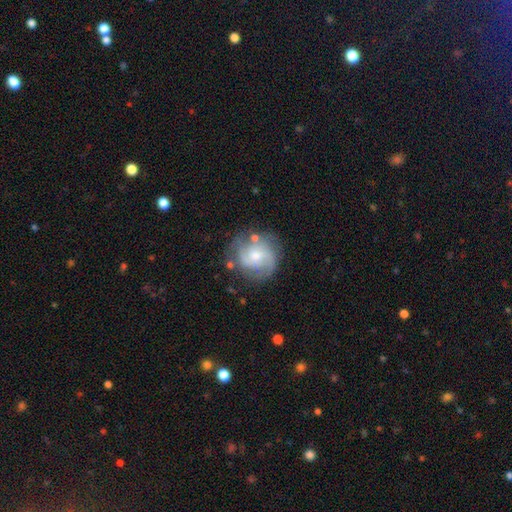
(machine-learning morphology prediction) This is likely a featured or disk galaxy (71%). It is clearly not viewed edge-on (98%). Bar: likely no (63%). Spiral arm pattern: clearly yes (90%). Spiral arm count: marginally 2 (44%). Spiral winding: marginally medium (45%). Central bulge: possibly moderate (48%). Merging: likely none (68%).